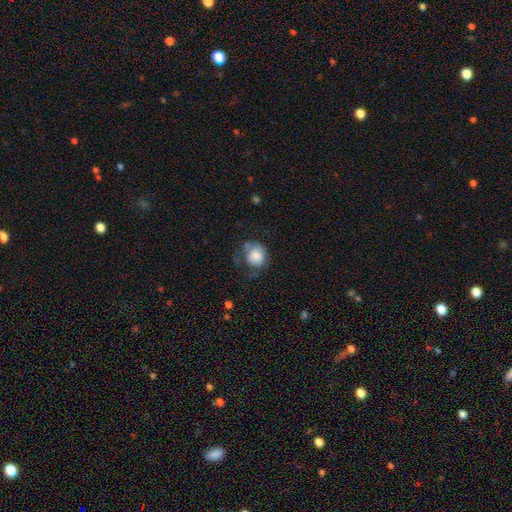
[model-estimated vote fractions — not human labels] Smooth or featured? Predicted: smooth (p=0.79). How rounded? Predicted: round (p=0.74). Merging? Predicted: none (p=0.45).